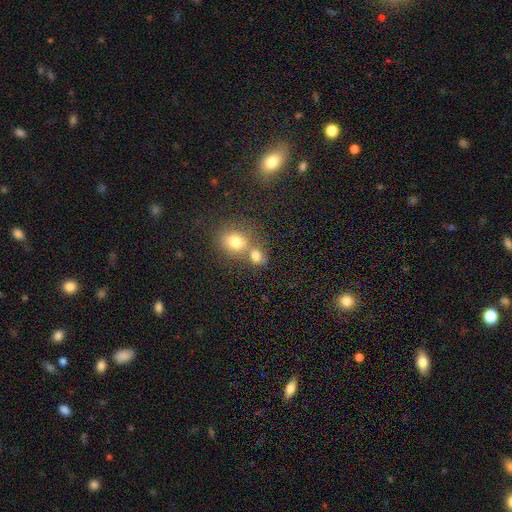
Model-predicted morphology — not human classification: type=smooth (76%); roundness=round (56%); merging=merger (46%).